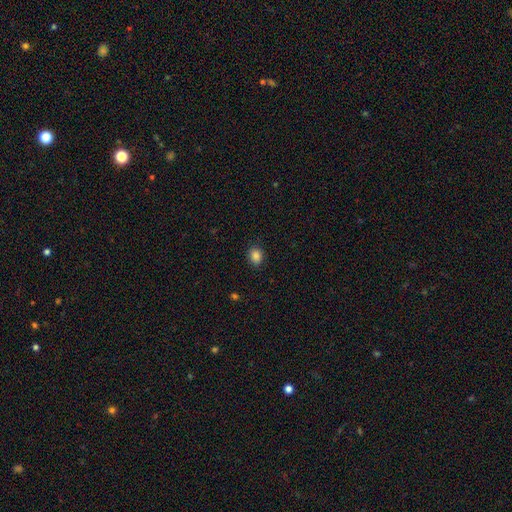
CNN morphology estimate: Overall: smooth (85%). How rounded: round (59%; in between 40%). Merging: none (88%).